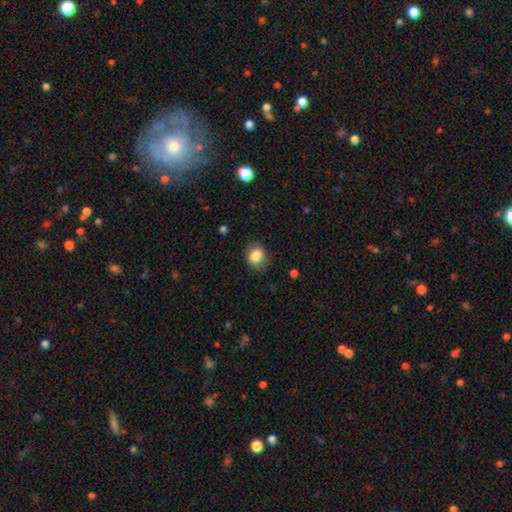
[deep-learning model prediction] Q: Smooth or featured?
A: smooth (83%); runner-up: star or artifact (9%)
Q: How rounded?
A: round (63%); runner-up: in between (36%)
Q: Merging?
A: none (79%); runner-up: minor disturbance (16%)